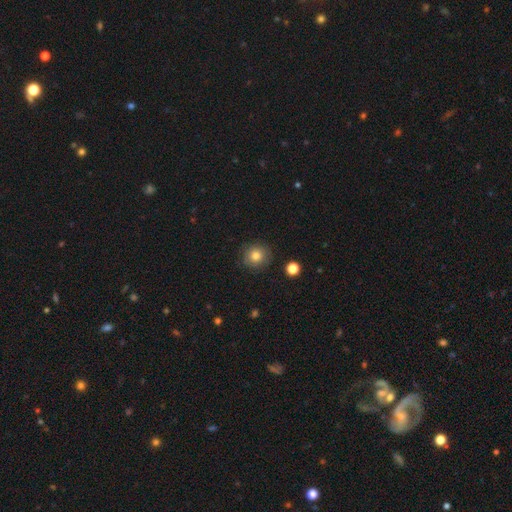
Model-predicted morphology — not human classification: Q: Smooth or featured?
A: smooth (82%); runner-up: star or artifact (11%)
Q: How rounded?
A: round (90%); runner-up: in between (9%)
Q: Merging?
A: none (87%); runner-up: minor disturbance (9%)